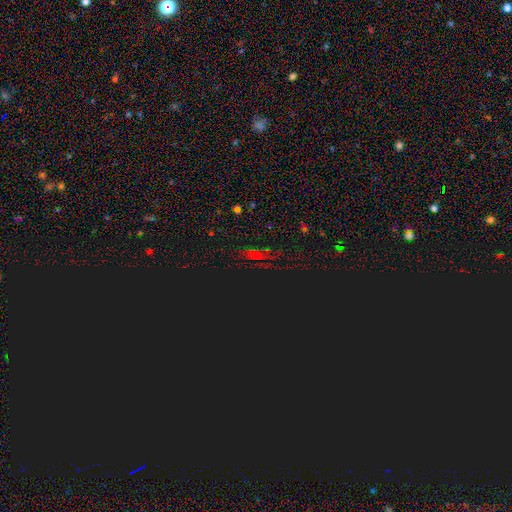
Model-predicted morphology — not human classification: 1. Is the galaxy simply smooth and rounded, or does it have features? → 62% star or artifact, 25% smooth, 13% featured or disk.